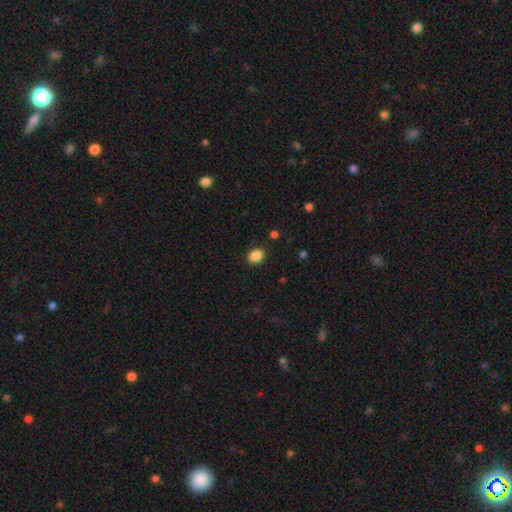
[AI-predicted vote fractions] Morphology: type=smooth (87%); roundness=in between (56%); merging=none (88%).